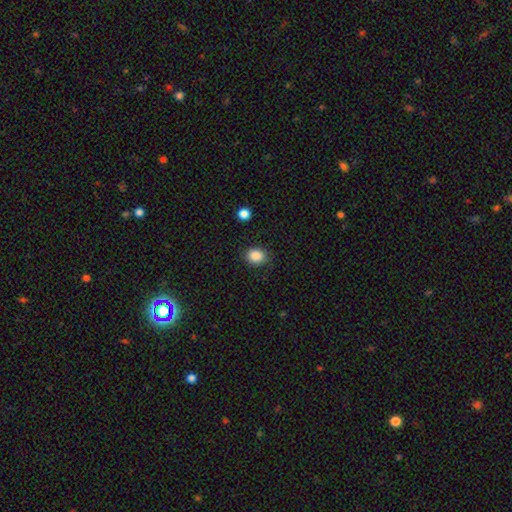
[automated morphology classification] Smooth or featured? Predicted: smooth (p=0.86). How rounded? Predicted: round (p=0.56). Merging? Predicted: none (p=0.84).